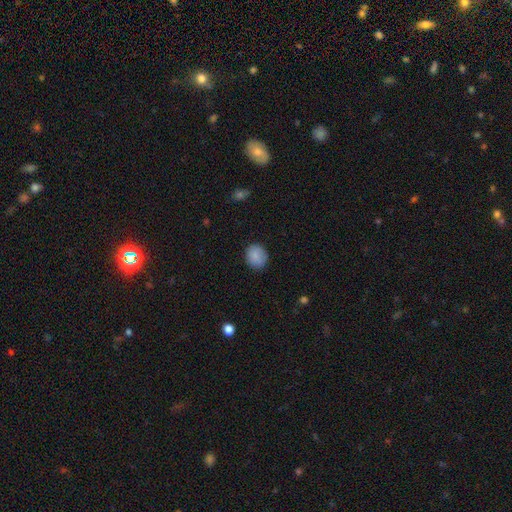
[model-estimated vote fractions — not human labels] Smooth or featured?
  - smooth: 86% *
  - star or artifact: 8%
  - featured or disk: 6%
How rounded?
  - round: 74% *
  - in between: 25%
  - cigar-shaped: 1%
Merging?
  - none: 85% *
  - minor disturbance: 11%
  - major disturbance: 3%
  - merger: 1%